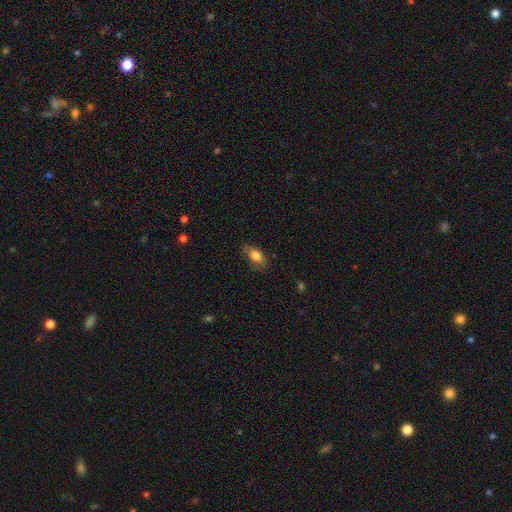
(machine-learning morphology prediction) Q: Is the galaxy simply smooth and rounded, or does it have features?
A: smooth — 79%.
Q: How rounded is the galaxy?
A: in between — 85%.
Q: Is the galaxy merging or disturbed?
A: none — 73%.